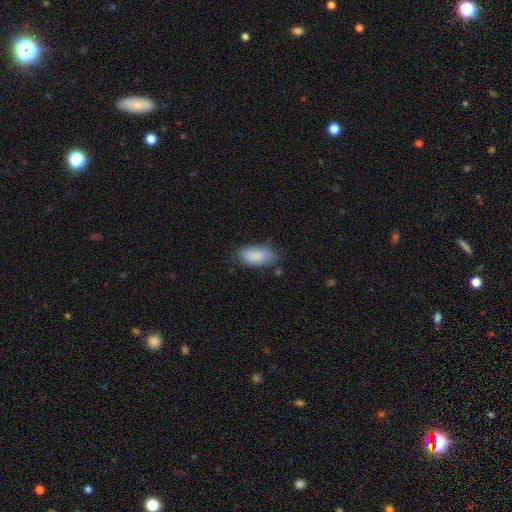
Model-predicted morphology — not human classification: The model was most divided on "merging": none: 71%, minor disturbance: 22%, major disturbance: 5%, merger: 2%. More confident: how rounded — in between (92%); smooth or featured — smooth (86%).